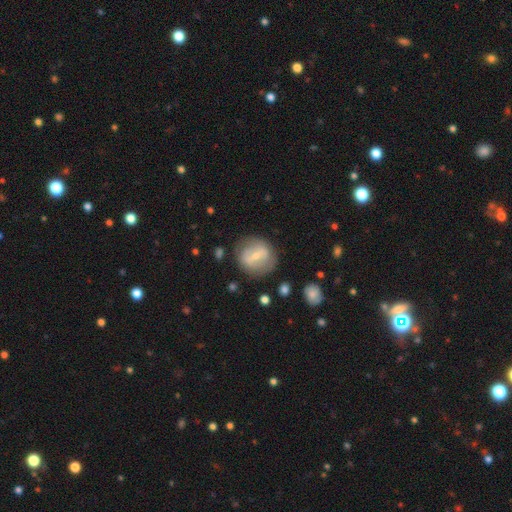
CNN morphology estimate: Smooth or featured? featured or disk (55%)
Edge-on disk? no (94%)
Bar? strong (42%)
Spiral arms? no (61%)
Bulge size? small (59%)
Merging? none (74%)